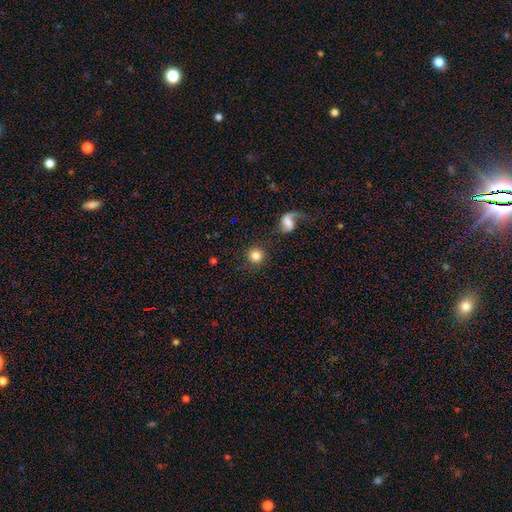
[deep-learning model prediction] This appears to be a smooth galaxy with no disk features (81%) that is round (94%). Merging: none (81%).